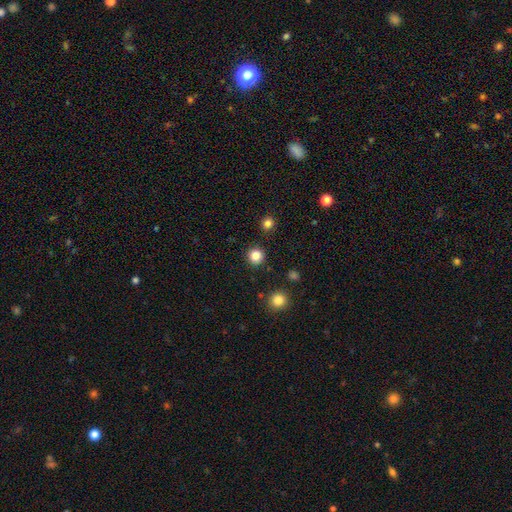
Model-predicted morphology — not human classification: A smooth galaxy with no disk features (84%) that is round (94%).

Vote fractions:
- Smooth or featured? smooth: 84% / star or artifact: 12% / featured or disk: 4%
- How rounded? round: 94% / in between: 5% / cigar-shaped: 1%
- Merging? none: 91% / minor disturbance: 5% / major disturbance: 2% / merger: 2%